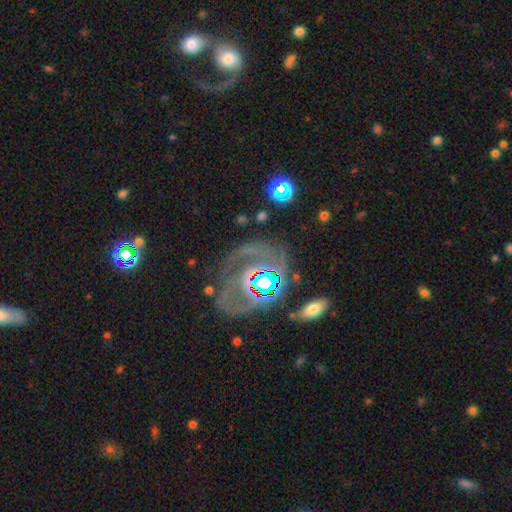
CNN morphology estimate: This is likely a featured or disk galaxy (62%). It is clearly not viewed edge-on (93%). Bar: possibly no (60%). Spiral arm pattern: likely yes (65%). Central bulge: marginally moderate (42%). Merging: possibly none (60%).